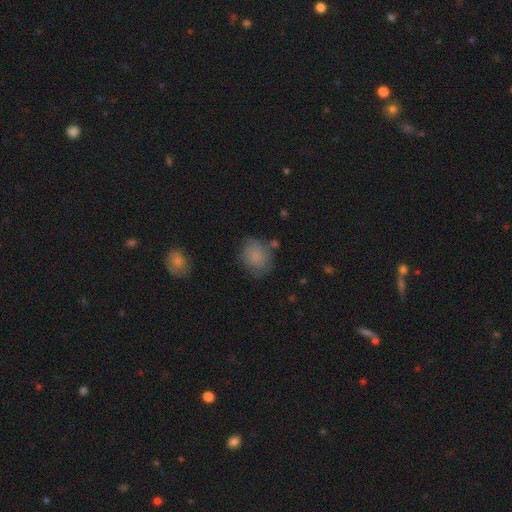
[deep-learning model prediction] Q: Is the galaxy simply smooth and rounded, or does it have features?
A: smooth — 75%.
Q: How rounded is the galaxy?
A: round — 58%.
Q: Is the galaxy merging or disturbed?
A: none — 63%.